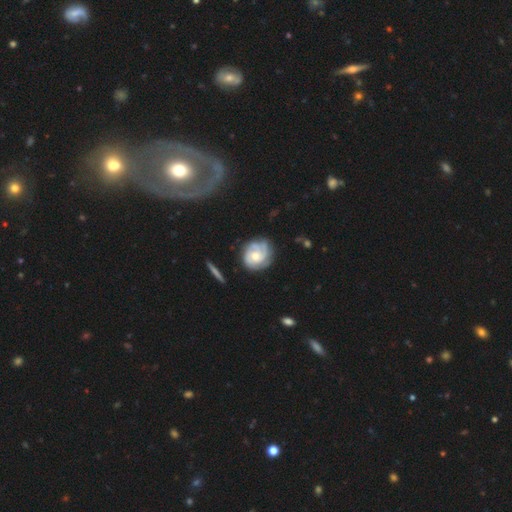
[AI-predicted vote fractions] The model was most divided on "spiral arm count": 3: 31%, can't tell: 28%, 2: 24%, 4: 7%, 1: 6%, more than 4: 4%. More confident: edge-on disk — no (97%); spiral arms — yes (94%); smooth or featured — featured or disk (78%); bar — no (72%); merging — none (70%); spiral winding — tight (65%); bulge size — moderate (65%).